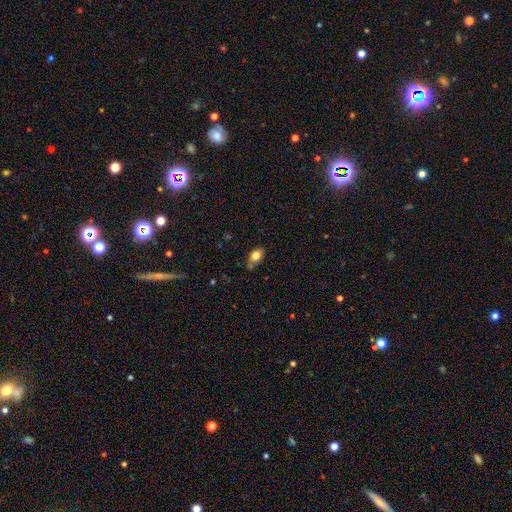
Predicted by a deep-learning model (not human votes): smooth-or-featured: smooth: 81% | star or artifact: 10% | featured or disk: 9%
  how-rounded: in between: 74% | round: 25% | cigar-shaped: 2%
  merging: none: 68% | minor disturbance: 21% | merger: 6% | major disturbance: 4%